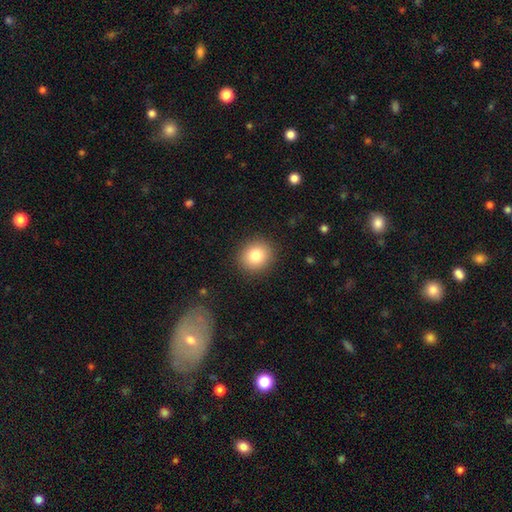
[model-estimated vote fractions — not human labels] The model was most divided on "how rounded": round: 80%, in between: 19%, cigar-shaped: 1%. More confident: merging — none (90%); smooth or featured — smooth (82%).